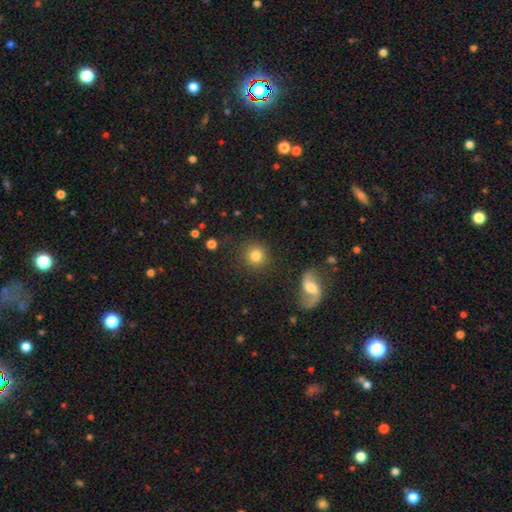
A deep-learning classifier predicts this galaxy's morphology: Q: Smooth or featured?
A: smooth (81%); runner-up: star or artifact (10%)
Q: How rounded?
A: round (91%); runner-up: in between (7%)
Q: Merging?
A: none (86%); runner-up: minor disturbance (7%)